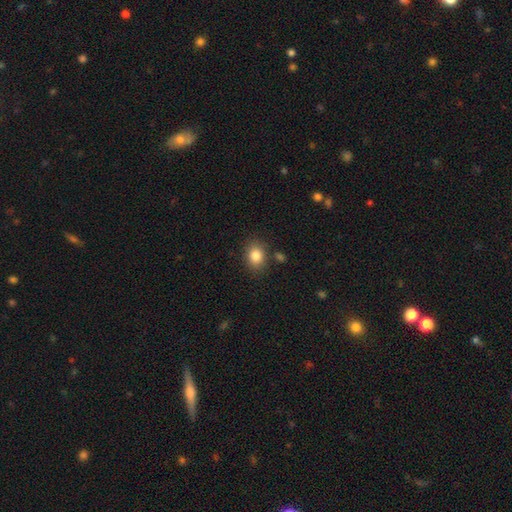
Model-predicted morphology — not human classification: Smooth or featured? smooth (85%)
How rounded? in between (57%)
Merging? none (81%)